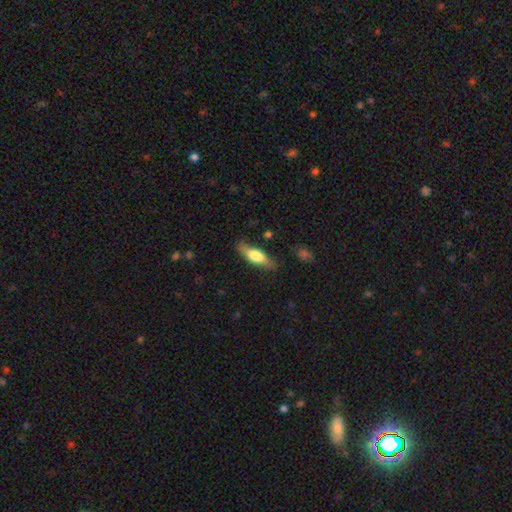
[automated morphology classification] Smooth or featured: smooth — 62% (featured or disk — 32%)
How rounded: in between — 51% (cigar-shaped — 47%)
Merging: none — 78% (minor disturbance — 16%)